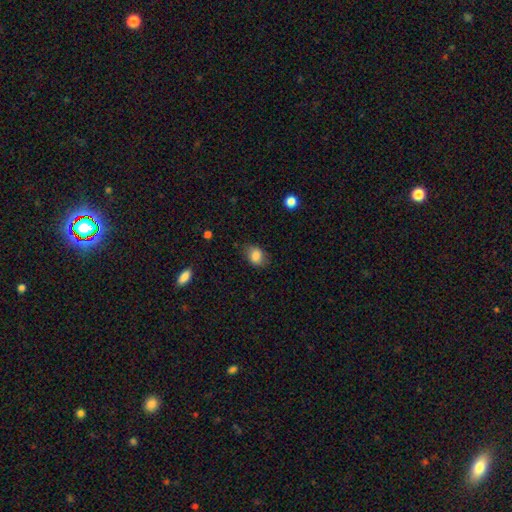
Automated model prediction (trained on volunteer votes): This appears to be a smooth galaxy with no disk features (83%) that is in between round and cigar-shaped (68%). Merging: none (75%).